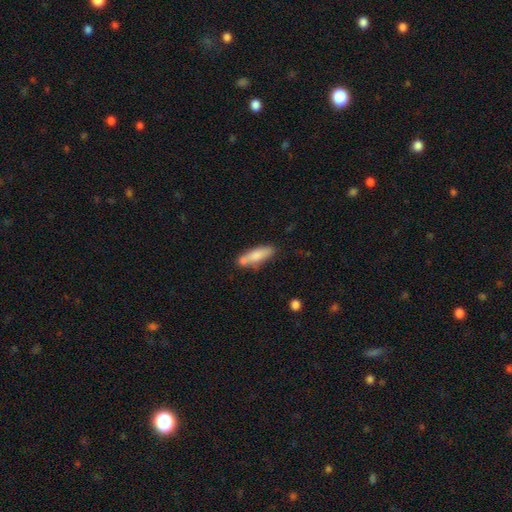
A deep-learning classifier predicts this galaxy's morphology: A smooth galaxy with no disk features (76%) that is cigar-shaped (60%).

Vote fractions:
- Smooth or featured? smooth: 76% / featured or disk: 18% / star or artifact: 6%
- How rounded? cigar-shaped: 60% / in between: 38% / round: 2%
- Merging? none: 63% / minor disturbance: 18% / merger: 14% / major disturbance: 4%